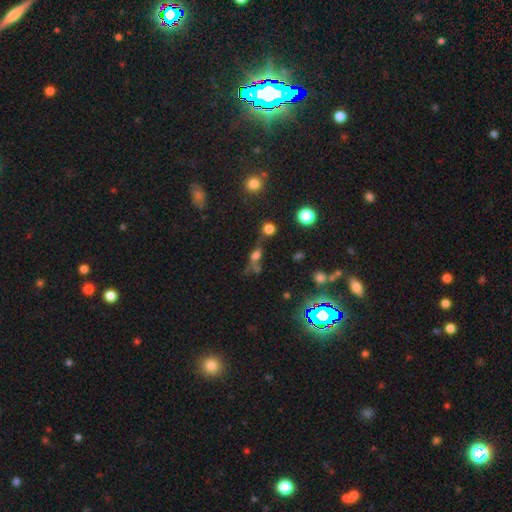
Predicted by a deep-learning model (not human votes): This is marginally a smooth galaxy (43%). Merging: marginally none (43%).